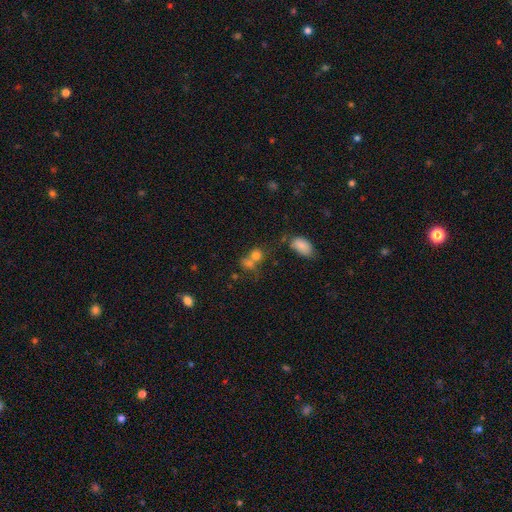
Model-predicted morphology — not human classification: smooth_or_featured: smooth (p=0.74) [alt: star or artifact p=0.15]
how_rounded: round (p=0.70) [alt: in between p=0.28]
merging: merger (p=0.48) [alt: none p=0.37]